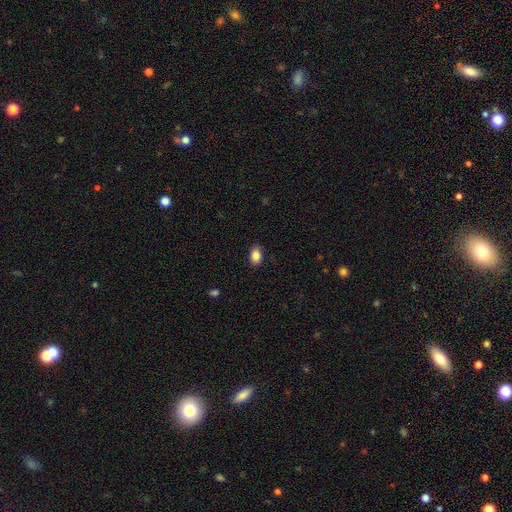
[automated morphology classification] smooth 86%, star or artifact 8%, featured or disk 5%. Down the decision tree: how rounded — in between (84%); merging — none (87%).